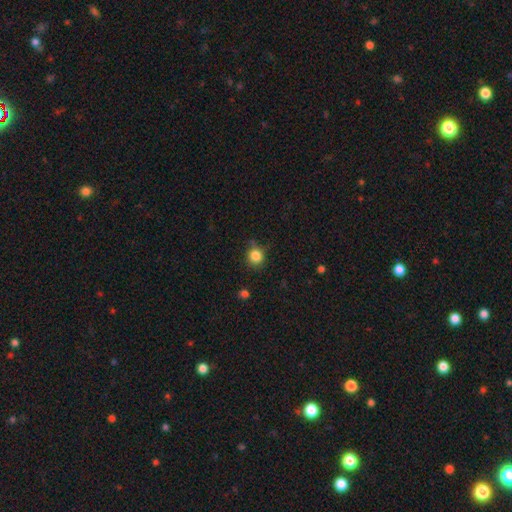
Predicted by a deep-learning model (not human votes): Smooth or featured: smooth — 84% (star or artifact — 12%)
How rounded: round — 89% (in between — 10%)
Merging: none — 76% (minor disturbance — 16%)